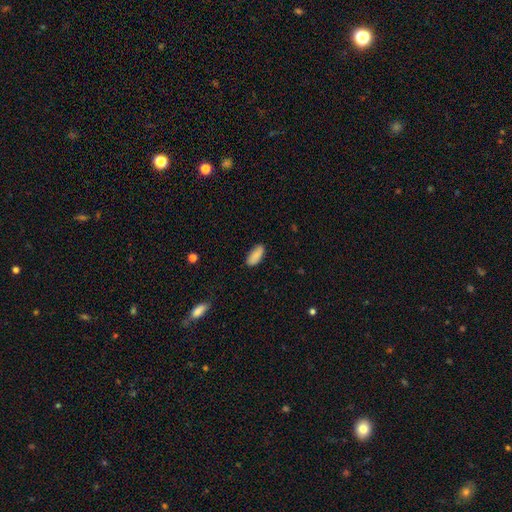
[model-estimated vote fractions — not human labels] smooth-or-featured: smooth: 87% | featured or disk: 7% | star or artifact: 7%
  how-rounded: in between: 86% | cigar-shaped: 12% | round: 2%
  merging: none: 82% | minor disturbance: 14% | major disturbance: 3% | merger: 1%